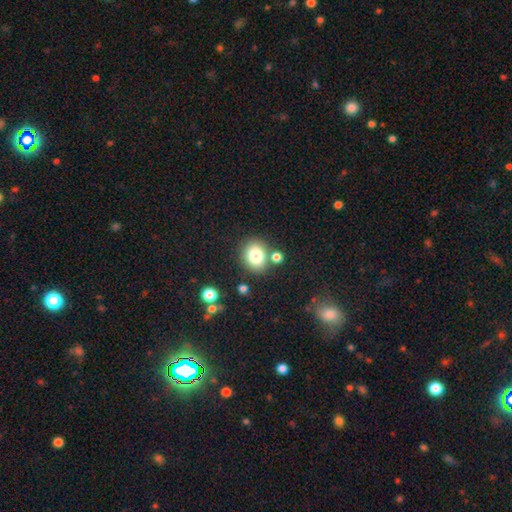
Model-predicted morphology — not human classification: This appears to be a smooth galaxy with no disk features (80%) that is round (67%). Merging: none (74%).